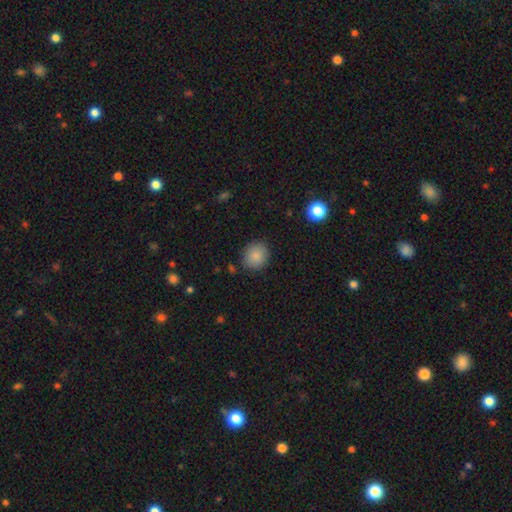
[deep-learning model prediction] A smooth galaxy with no disk features (86%) that is round (73%). Merging: none (84%).